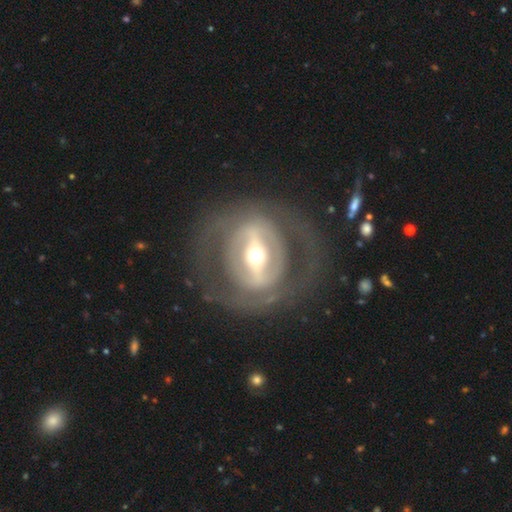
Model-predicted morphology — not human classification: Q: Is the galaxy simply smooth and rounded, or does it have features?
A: featured or disk — 79%.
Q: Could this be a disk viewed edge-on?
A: no — 91%.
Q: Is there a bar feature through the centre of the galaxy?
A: strong — 66%.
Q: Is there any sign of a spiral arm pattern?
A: no — 61%.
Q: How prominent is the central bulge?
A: moderate — 60%.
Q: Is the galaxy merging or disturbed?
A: none — 75%.